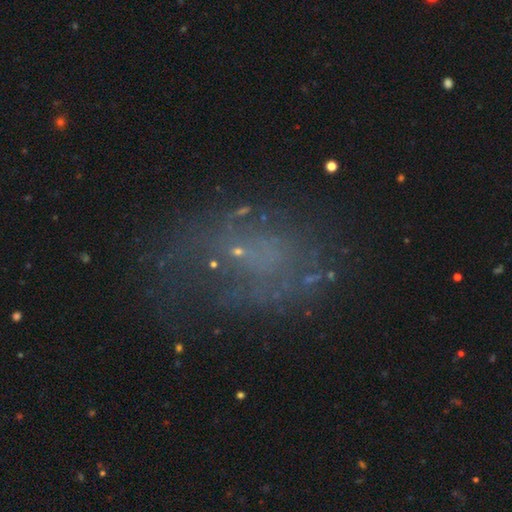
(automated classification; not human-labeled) smooth-or-featured: featured or disk: 49% | star or artifact: 26% | smooth: 25%
  merging: none: 53% | major disturbance: 24% | minor disturbance: 20% | merger: 3%